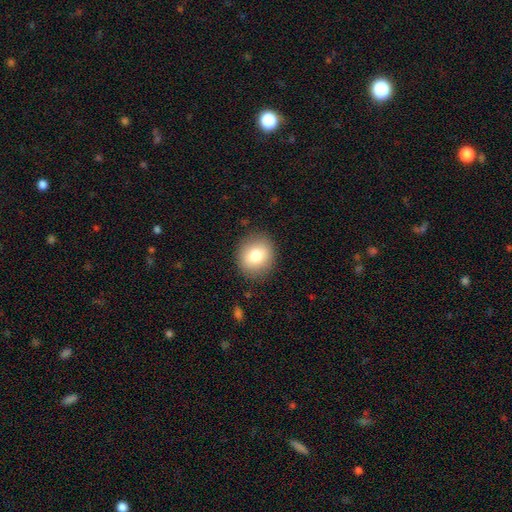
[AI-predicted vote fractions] The model was most divided on "how rounded": round: 76%, in between: 23%, cigar-shaped: 1%. More confident: merging — none (87%); smooth or featured — smooth (78%).